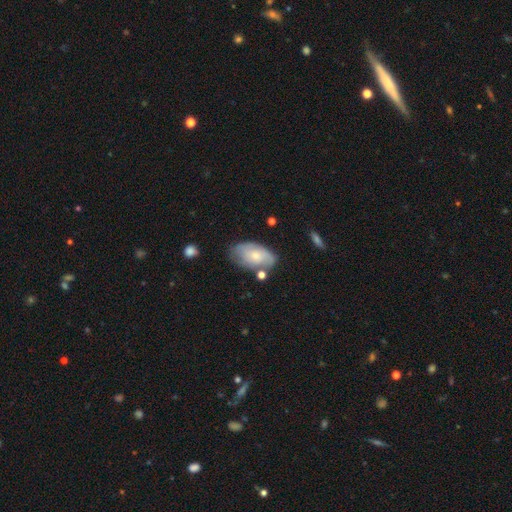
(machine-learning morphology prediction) type=smooth (55%); roundness=in between (91%); merging=none (55%).